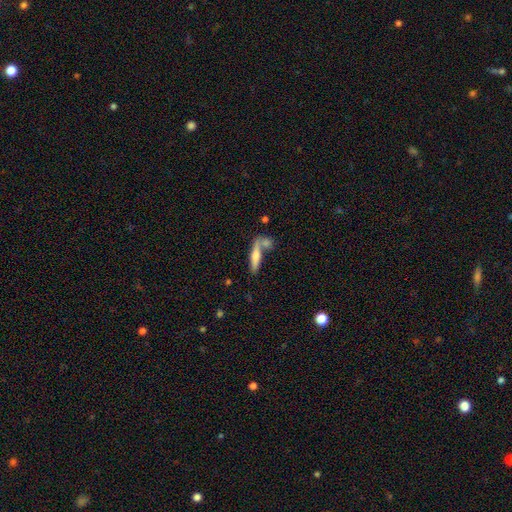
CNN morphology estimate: This is possibly a smooth galaxy (55%). How rounded: likely cigar-shaped (78%). Merging: possibly none (51%).